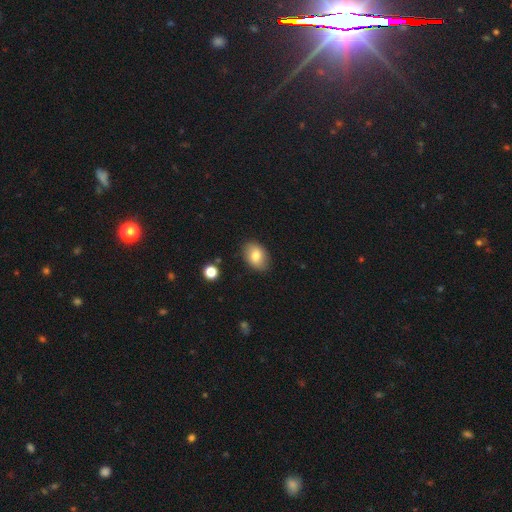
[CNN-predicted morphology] Smooth or featured?
  - smooth: 80% *
  - featured or disk: 12%
  - star or artifact: 8%
How rounded?
  - in between: 83% *
  - round: 16%
  - cigar-shaped: 1%
Merging?
  - none: 85% *
  - minor disturbance: 11%
  - major disturbance: 2%
  - merger: 1%